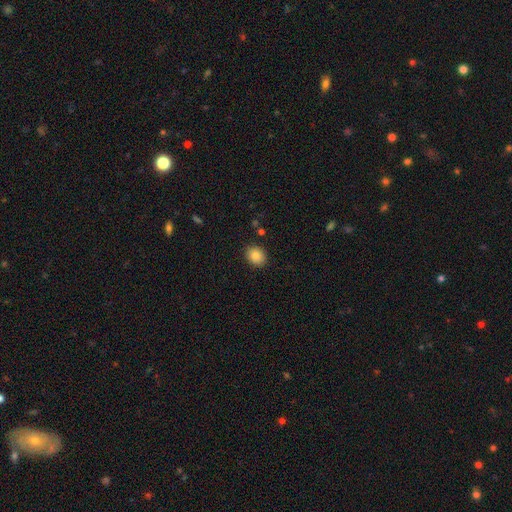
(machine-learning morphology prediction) Smooth or featured? Predicted: smooth (p=0.86). How rounded? Predicted: round (p=0.62). Merging? Predicted: none (p=0.89).